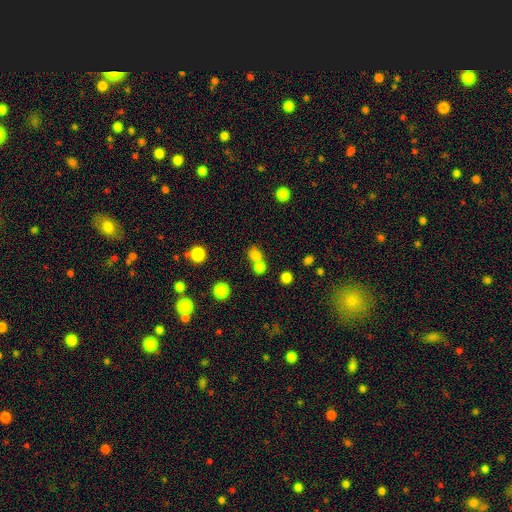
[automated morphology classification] This is likely a smooth galaxy (76%). How rounded: likely round (75%). Merging: possibly merger (45%, tied with none).